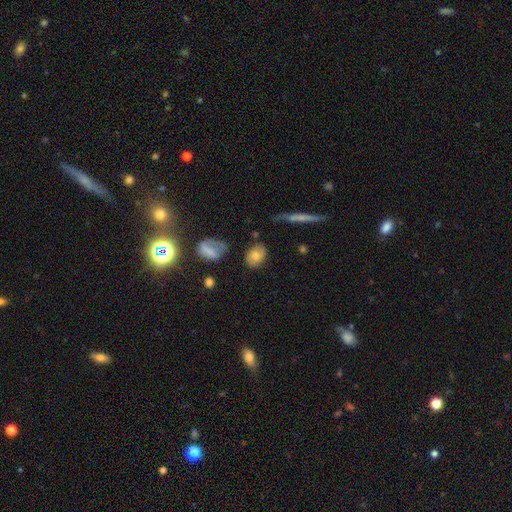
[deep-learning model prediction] A smooth galaxy with no disk features (72%) that is in between round and cigar-shaped (68%). Merging: none (74%).